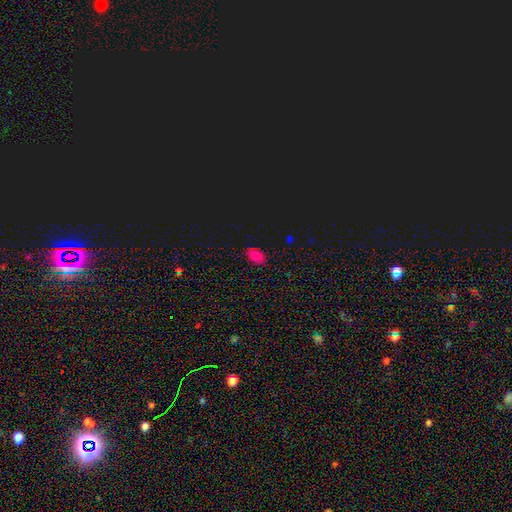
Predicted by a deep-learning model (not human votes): A smooth galaxy with no disk features (75%) that is in between round and cigar-shaped (91%).

Vote fractions:
- Smooth or featured? smooth: 75% / star or artifact: 20% / featured or disk: 5%
- How rounded? in between: 91% / round: 7% / cigar-shaped: 2%
- Merging? none: 85% / minor disturbance: 11% / major disturbance: 2% / merger: 1%